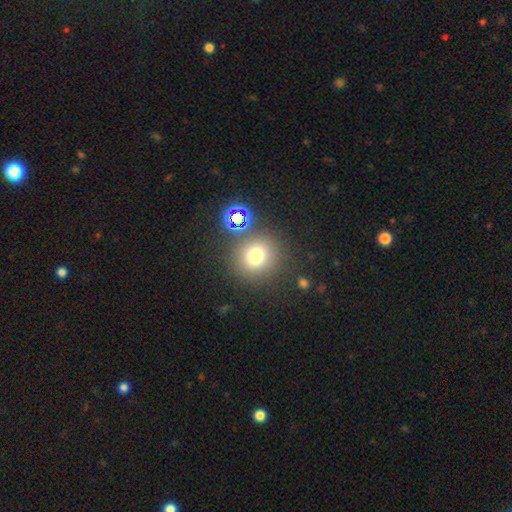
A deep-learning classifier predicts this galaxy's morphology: smooth_or_featured: smooth (p=0.72) [alt: star or artifact p=0.19]
how_rounded: round (p=0.91) [alt: in between p=0.08]
merging: none (p=0.81) [alt: minor disturbance p=0.08]